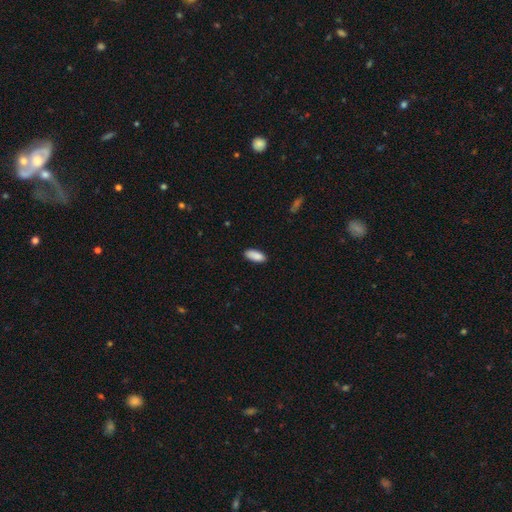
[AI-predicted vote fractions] Smooth or featured? Predicted: smooth (p=0.89). How rounded? Predicted: in between (p=0.83). Merging? Predicted: none (p=0.85).